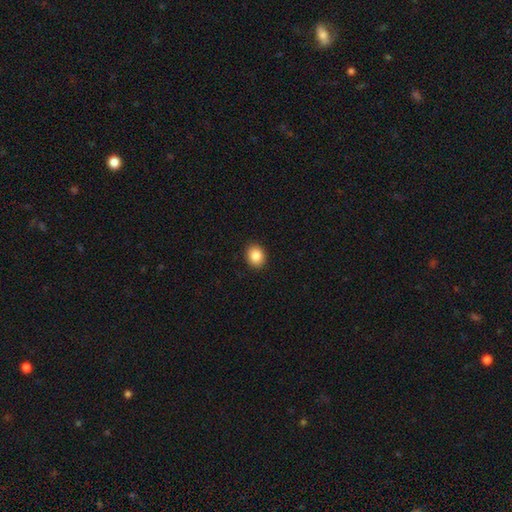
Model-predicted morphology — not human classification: Q: Smooth or featured?
A: smooth (87%); runner-up: star or artifact (9%)
Q: How rounded?
A: round (60%); runner-up: in between (39%)
Q: Merging?
A: none (91%); runner-up: minor disturbance (6%)